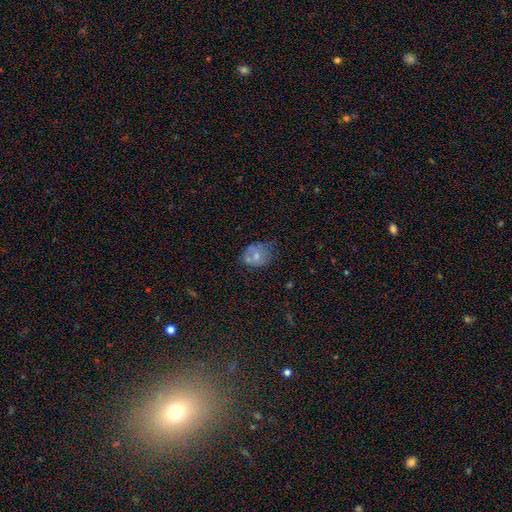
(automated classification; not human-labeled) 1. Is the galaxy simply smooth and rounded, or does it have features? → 60% smooth, 30% featured or disk, 10% star or artifact.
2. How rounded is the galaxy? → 52% in between, 47% round, 1% cigar-shaped.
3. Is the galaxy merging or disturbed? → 41% none, 29% minor disturbance, 16% major disturbance, 14% merger.